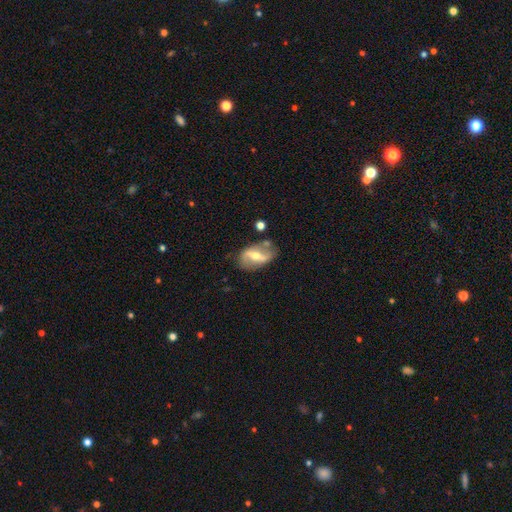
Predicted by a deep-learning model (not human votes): Morphology: type=featured or disk (73%); edge-on=no (92%); bar=strong (54%); spiral arms=yes (73%); bulge=moderate (63%); merging=none (69%).